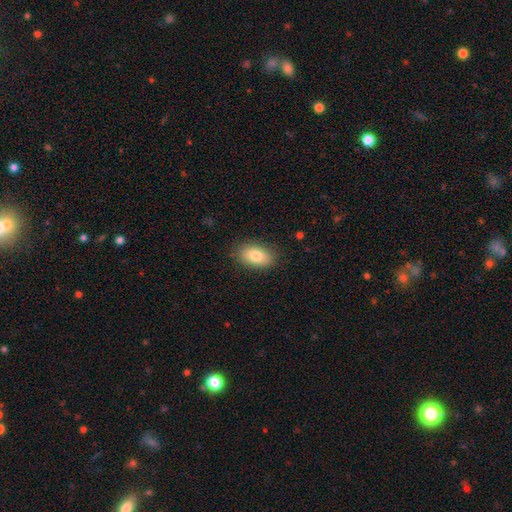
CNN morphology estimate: smooth_or_featured: smooth (p=0.81) [alt: featured or disk p=0.12]
how_rounded: in between (p=0.90) [alt: round p=0.08]
merging: none (p=0.86) [alt: minor disturbance p=0.10]